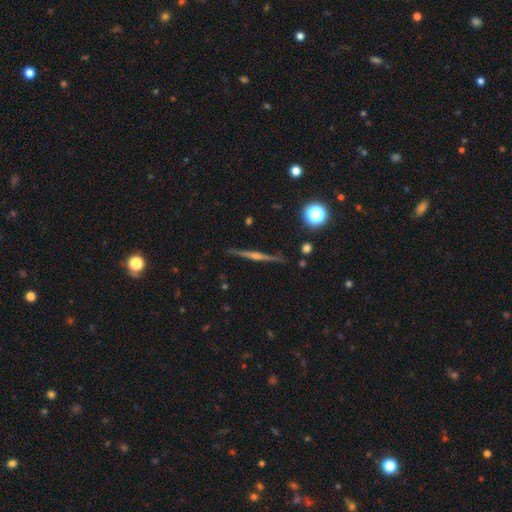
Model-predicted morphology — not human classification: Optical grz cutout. It shows a featured or disk galaxy (77%) viewed edge-on (98%) with a rounded central bulge (74%). Merging: none (90%).